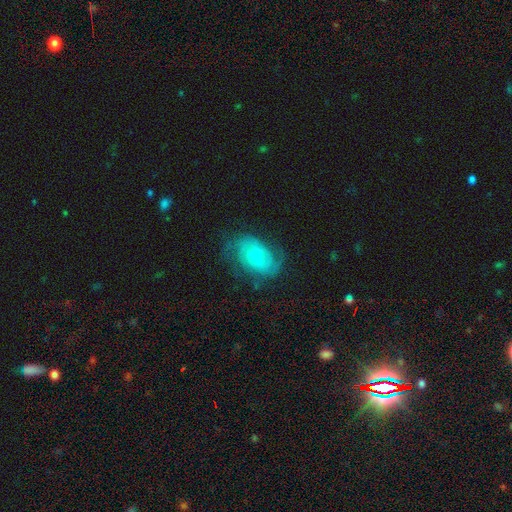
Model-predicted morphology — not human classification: smooth-or-featured: featured or disk: 76% | smooth: 17% | star or artifact: 6%
  disk-edge-on: no: 97% | yes: 3%
    bar: no: 60% | weak: 35% | strong: 5%
    has-spiral-arms: yes: 92% | no: 8%
      spiral-winding: tight: 46% | medium: 39% | loose: 15%
      spiral-arm-count: 2: 55% | can't tell: 25% | 3: 9% | 1: 5% | 4: 3% | more than 4: 3%
    bulge-size: small: 51% | moderate: 42% | large: 3% | none: 2% | dominant: 1%
  merging: none: 65% | minor disturbance: 21% | major disturbance: 12% | merger: 1%